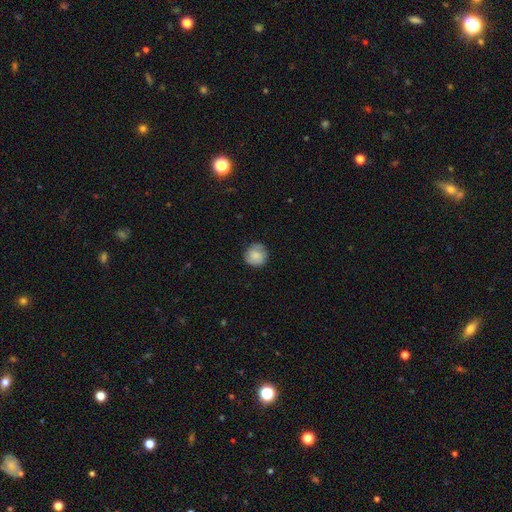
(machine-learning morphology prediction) Smooth or featured?
  - smooth: 75% *
  - featured or disk: 18%
  - star or artifact: 7%
How rounded?
  - round: 91% *
  - in between: 8%
  - cigar-shaped: 1%
Merging?
  - none: 82% *
  - minor disturbance: 13%
  - major disturbance: 3%
  - merger: 1%